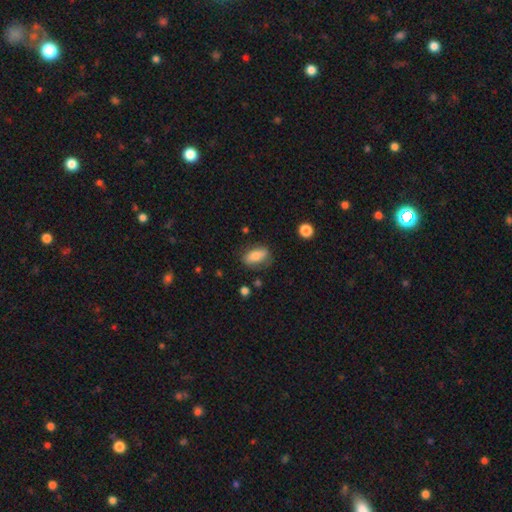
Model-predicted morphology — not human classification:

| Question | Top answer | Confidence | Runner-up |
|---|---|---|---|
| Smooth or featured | smooth | 75% | featured or disk (18%) |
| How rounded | in between | 83% | cigar-shaped (11%) |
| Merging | none | 74% | minor disturbance (18%) |